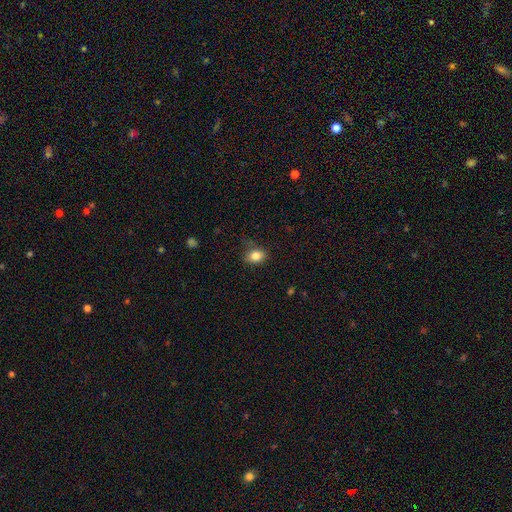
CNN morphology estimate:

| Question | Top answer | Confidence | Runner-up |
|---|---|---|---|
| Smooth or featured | smooth | 83% | star or artifact (10%) |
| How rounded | in between | 68% | round (31%) |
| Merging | none | 75% | minor disturbance (19%) |